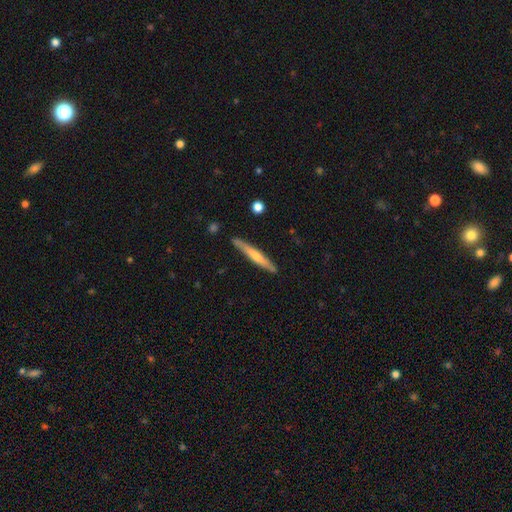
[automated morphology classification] featured or disk 55%, smooth 39%, star or artifact 6%. Down the decision tree: edge-on disk — yes (95%); edge-on bulge — rounded (65%); merging — none (88%).